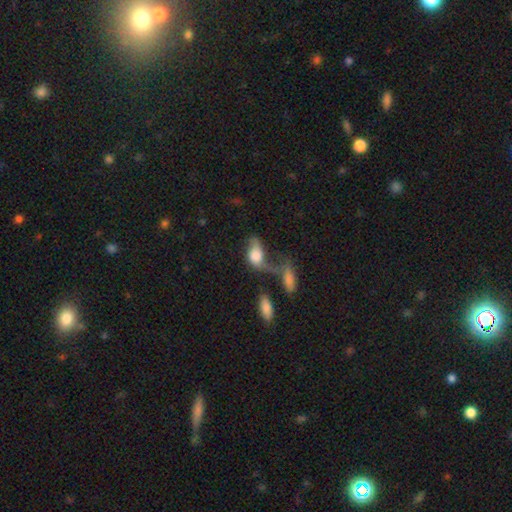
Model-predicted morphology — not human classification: Smooth or featured? Predicted: smooth (p=0.59). How rounded? Predicted: in between (p=0.81). Merging? Predicted: merger (p=0.39).